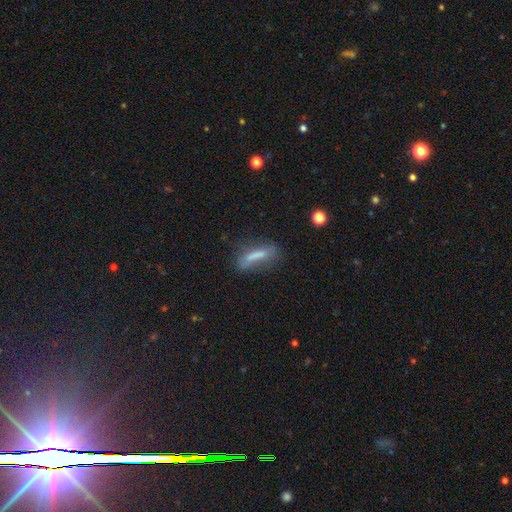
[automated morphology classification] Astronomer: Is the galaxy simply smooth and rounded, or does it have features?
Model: smooth — 64%.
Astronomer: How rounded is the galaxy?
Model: cigar-shaped — 71%.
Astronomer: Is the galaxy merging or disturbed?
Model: none — 57%.